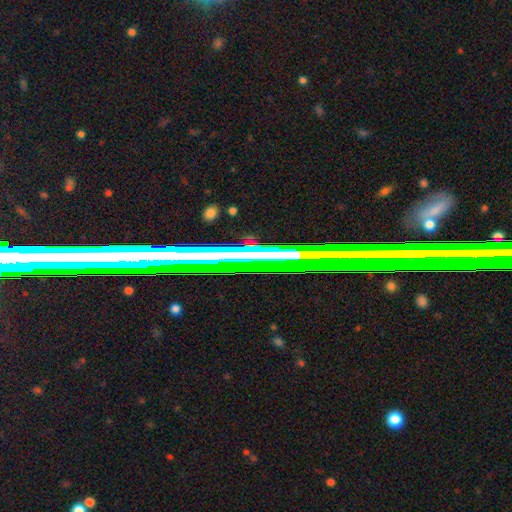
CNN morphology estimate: Q: Smooth or featured?
A: star or artifact (63%); runner-up: featured or disk (24%)